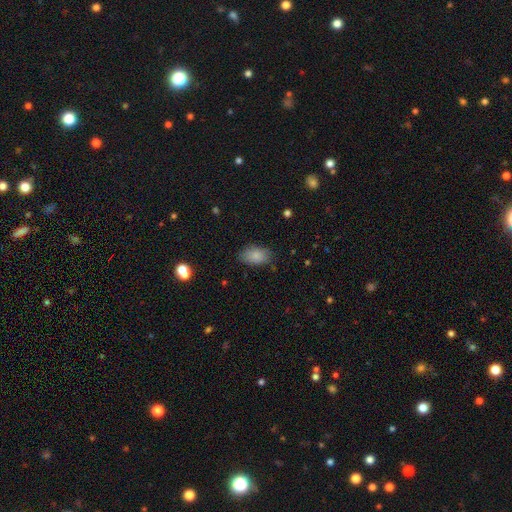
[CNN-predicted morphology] Q: Smooth or featured?
A: smooth (85%); runner-up: star or artifact (8%)
Q: How rounded?
A: in between (90%); runner-up: round (9%)
Q: Merging?
A: none (78%); runner-up: minor disturbance (17%)